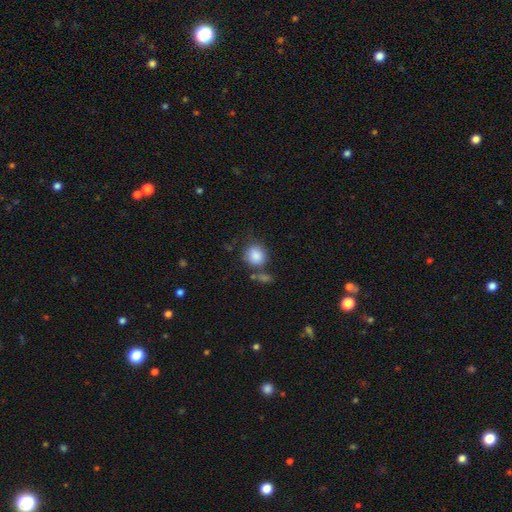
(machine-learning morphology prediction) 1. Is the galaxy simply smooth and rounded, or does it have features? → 86% smooth, 8% star or artifact, 6% featured or disk.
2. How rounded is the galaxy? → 86% round, 13% in between, 1% cigar-shaped.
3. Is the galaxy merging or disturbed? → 64% none, 16% minor disturbance, 14% merger, 6% major disturbance.